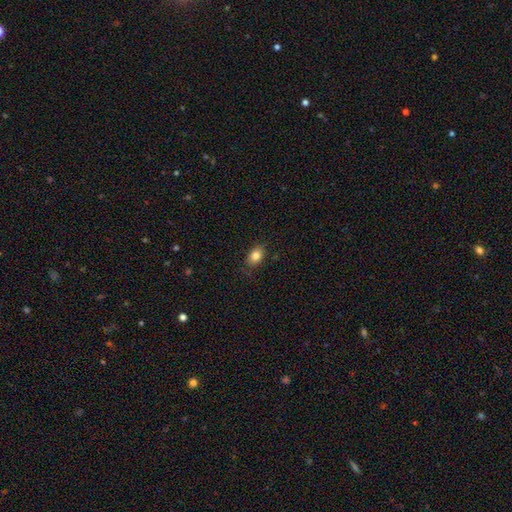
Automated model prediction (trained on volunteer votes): smooth_or_featured: smooth (p=0.83) [alt: star or artifact p=0.09]
how_rounded: in between (p=0.76) [alt: round p=0.22]
merging: none (p=0.80) [alt: minor disturbance p=0.16]